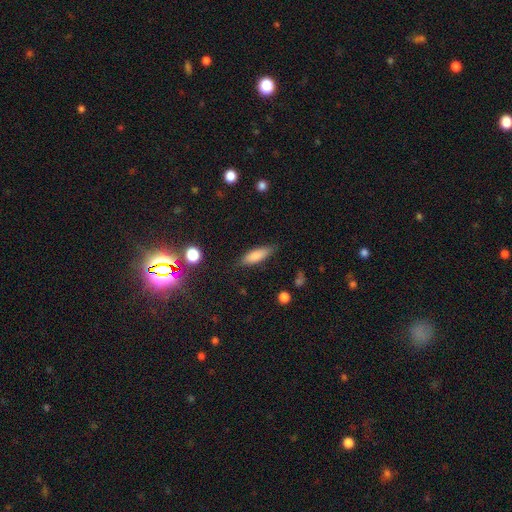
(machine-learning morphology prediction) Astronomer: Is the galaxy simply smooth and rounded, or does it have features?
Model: smooth — 81%.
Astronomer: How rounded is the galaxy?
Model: in between — 50% (runner-up: cigar-shaped, 47%).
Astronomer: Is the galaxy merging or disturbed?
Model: none — 81%.